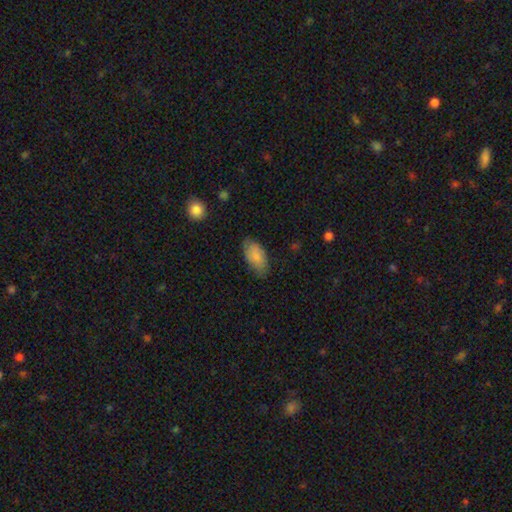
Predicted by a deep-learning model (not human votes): Smooth or featured? Predicted: smooth (p=0.79). How rounded? Predicted: in between (p=0.94). Merging? Predicted: none (p=0.73).